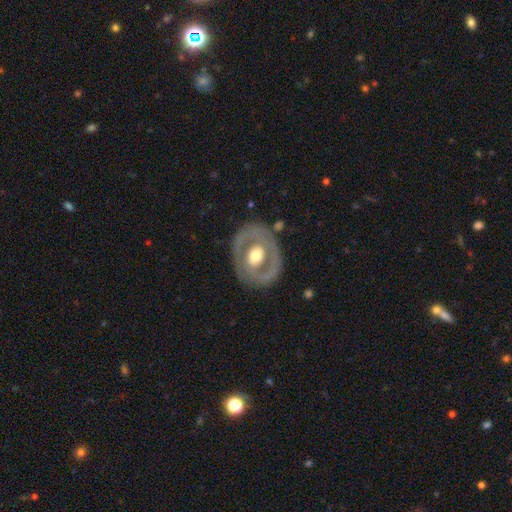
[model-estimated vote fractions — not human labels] Smooth or featured: featured or disk — 66% (smooth — 29%)
Edge-on disk: no — 94% (yes — 6%)
Bar: no — 65% (weak — 24%)
Spiral arms: no — 74% (yes — 26%)
Bulge size: moderate — 65% (large — 25%)
Merging: none — 77% (minor disturbance — 14%)